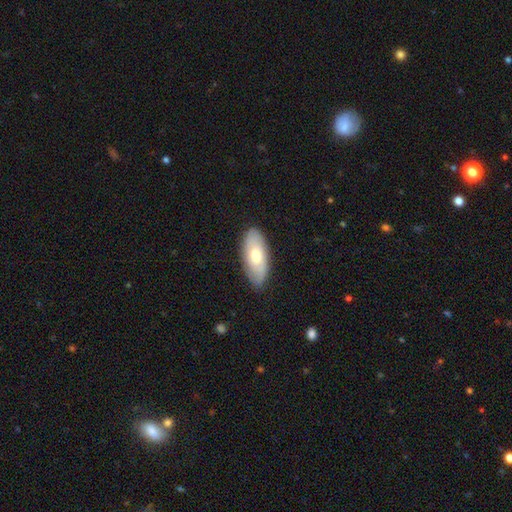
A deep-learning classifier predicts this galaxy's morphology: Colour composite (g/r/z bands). It shows a smooth galaxy with no disk features (64%) that is in between round and cigar-shaped (88%). Merging: none (85%).